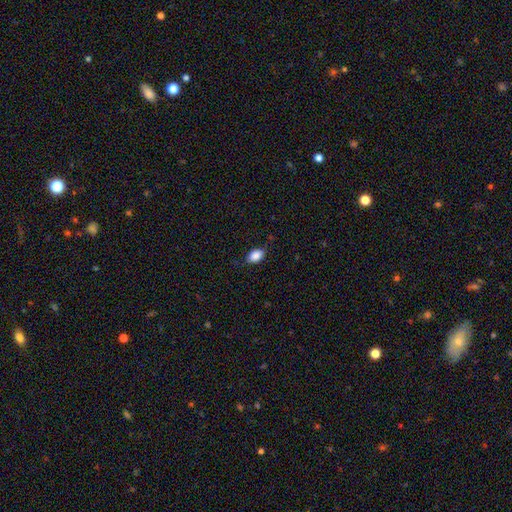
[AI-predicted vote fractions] Smooth or featured: smooth — 88% (star or artifact — 8%)
How rounded: in between — 87% (round — 12%)
Merging: none — 80% (minor disturbance — 15%)